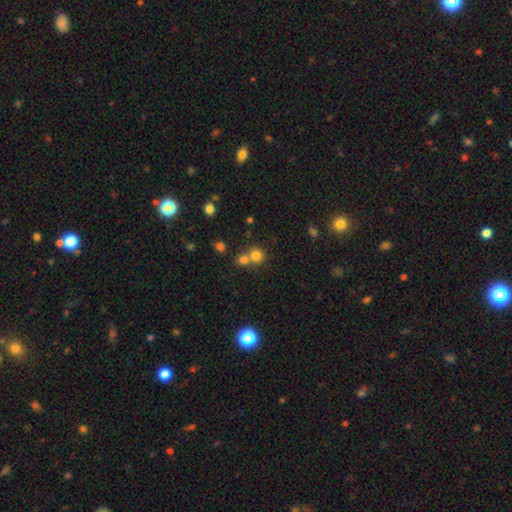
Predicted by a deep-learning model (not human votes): A smooth galaxy with no disk features (76%) that is round (89%). Merging: none (51%).